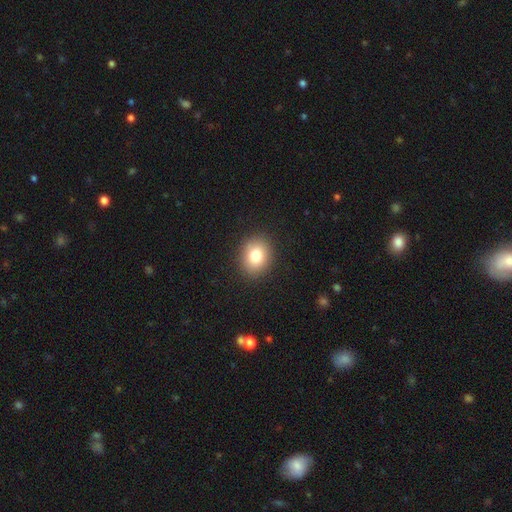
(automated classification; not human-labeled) This appears to be a smooth galaxy with no disk features (82%) that is round (59%). Merging: none (89%).